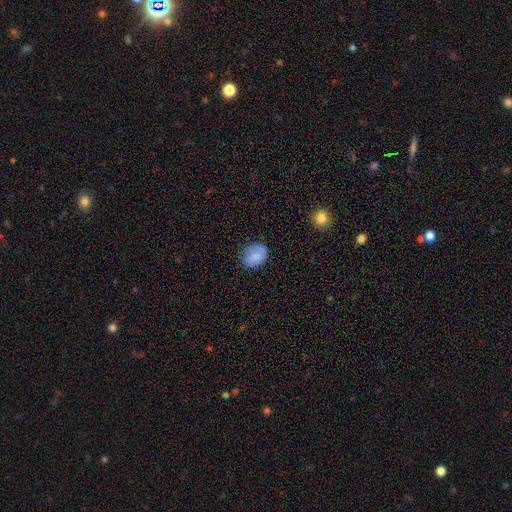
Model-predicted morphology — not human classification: type=smooth (79%); roundness=in between (55%); merging=none (72%).